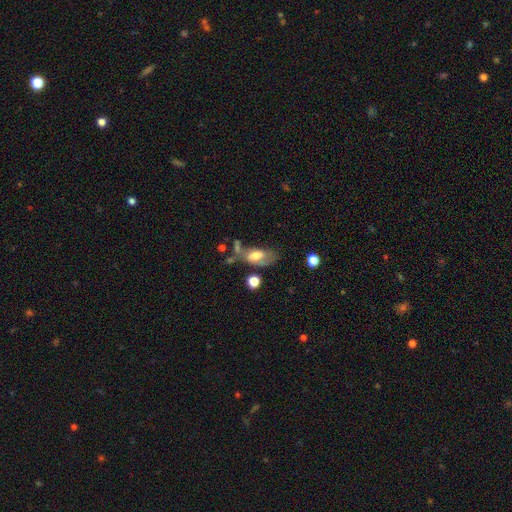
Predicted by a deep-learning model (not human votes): Overall: smooth (59%; featured or disk 33%). How rounded: in between (88%). Merging: none (37%; minor disturbance 25%).